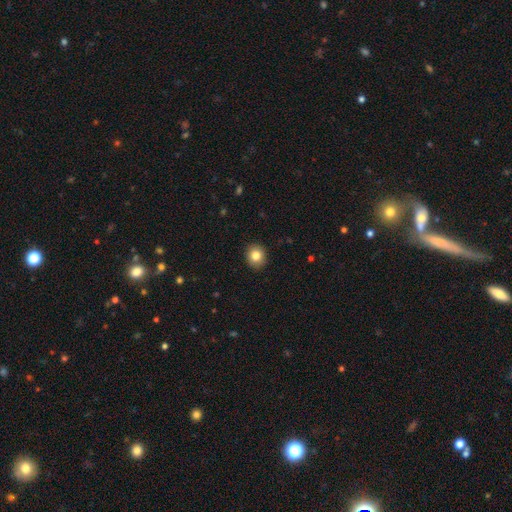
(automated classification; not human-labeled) A smooth galaxy with no disk features (83%) that is round (81%). Merging: none (92%).